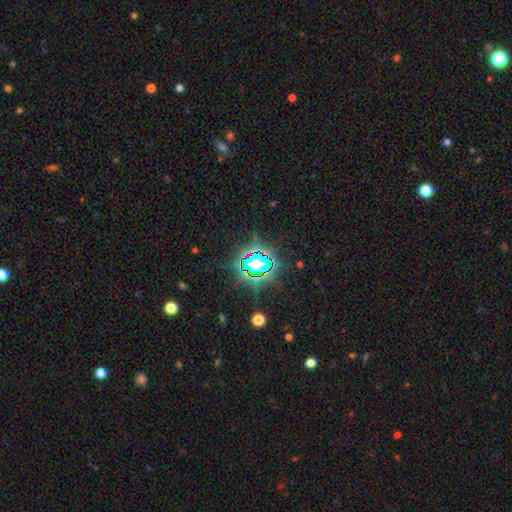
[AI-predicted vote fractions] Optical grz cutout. It shows a star or artifact, not a galaxy (80%).